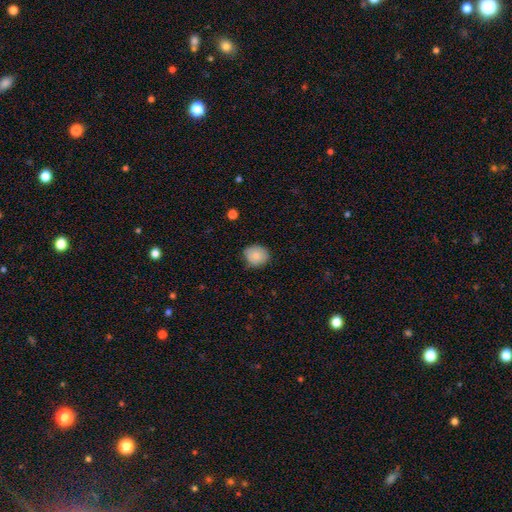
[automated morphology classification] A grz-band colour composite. It shows a smooth galaxy with no disk features (83%) that is round (72%). Merging: none (73%).